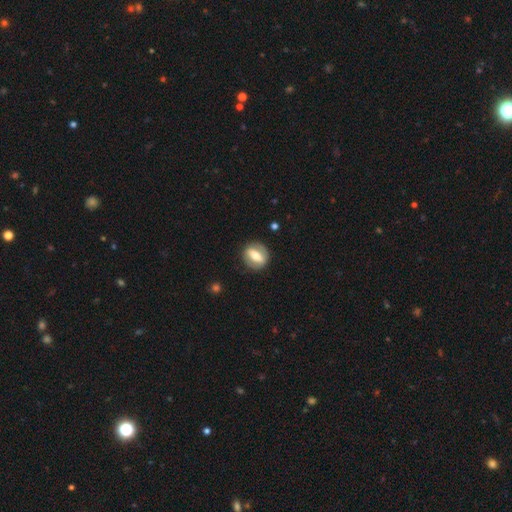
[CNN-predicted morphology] Smooth or featured? Predicted: featured or disk (p=0.56). Edge-on disk? Predicted: no (p=0.82). Merging? Predicted: none (p=0.85).